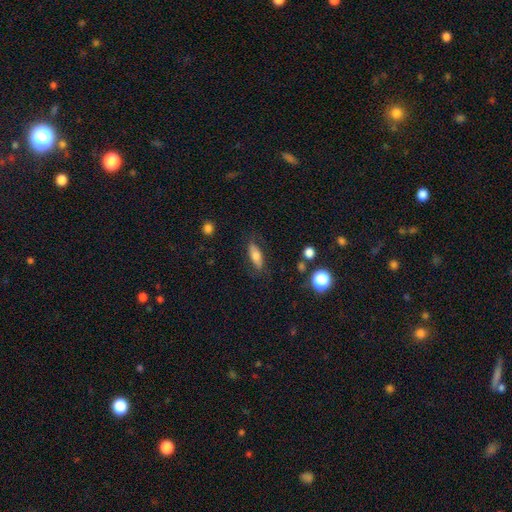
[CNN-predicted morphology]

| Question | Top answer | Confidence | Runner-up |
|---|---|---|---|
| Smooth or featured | smooth | 67% | featured or disk (24%) |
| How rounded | in between | 67% | cigar-shaped (30%) |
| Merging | none | 75% | minor disturbance (18%) |